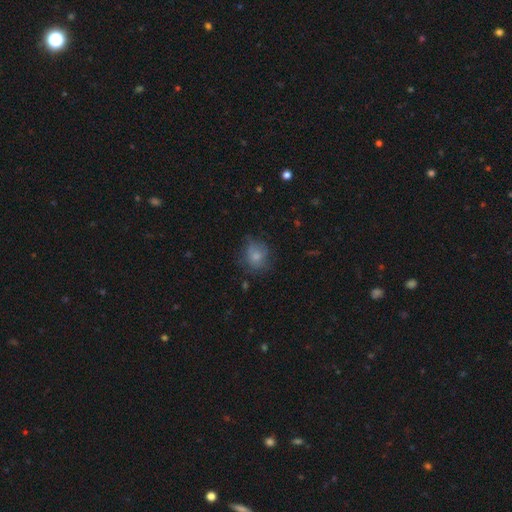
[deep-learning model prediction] Overall: smooth (74%). How rounded: round (69%; in between 30%). Merging: none (60%; minor disturbance 26%).